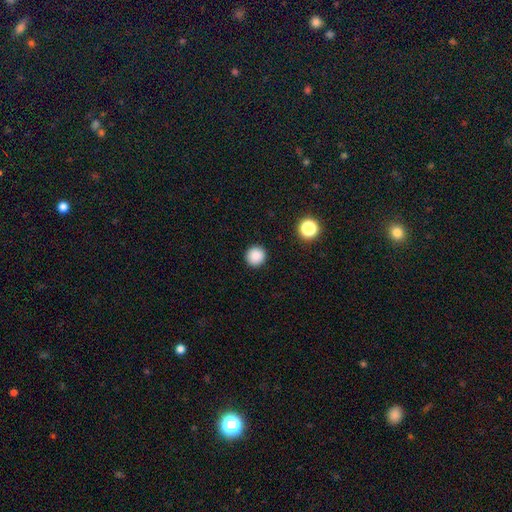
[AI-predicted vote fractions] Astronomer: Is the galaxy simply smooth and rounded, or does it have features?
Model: smooth — 87%.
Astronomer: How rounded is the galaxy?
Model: round — 95%.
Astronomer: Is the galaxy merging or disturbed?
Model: none — 92%.